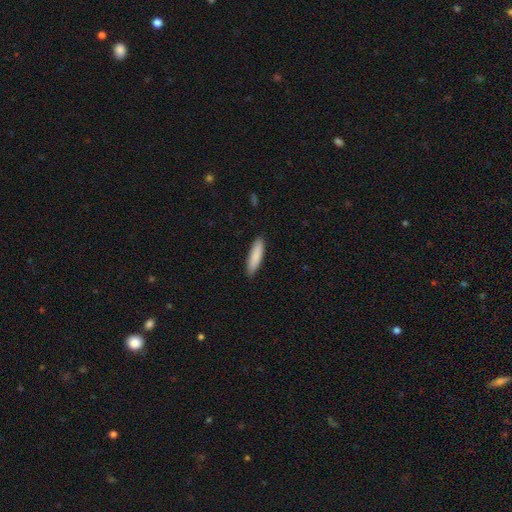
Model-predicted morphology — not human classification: This appears to be a smooth galaxy with no disk features (88%) that is cigar-shaped (66%). Merging: none (89%).